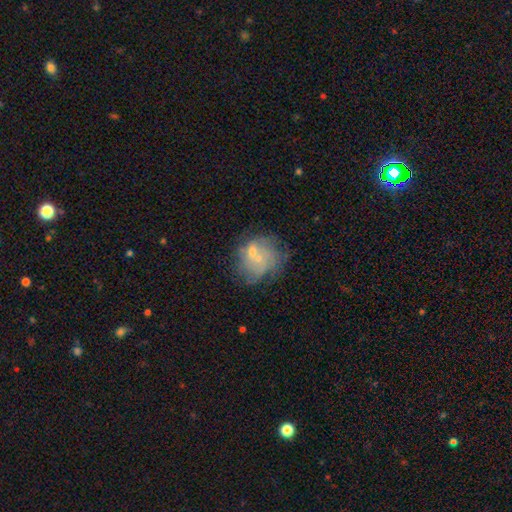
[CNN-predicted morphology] This appears to be a featured or disk galaxy (54%) with no bar (83%), no spiral arms (51%) and a small central bulge (65%). Merging: none (41%).